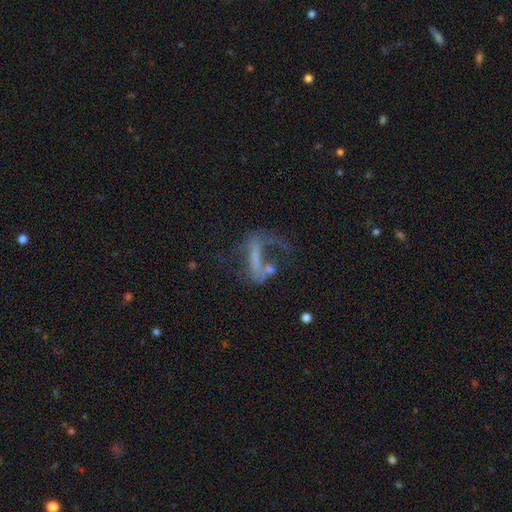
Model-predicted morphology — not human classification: smooth-or-featured: featured or disk: 59% | smooth: 24% | star or artifact: 17%
  disk-edge-on: no: 90% | yes: 10%
    bar: no: 49% | strong: 27% | weak: 24%
    has-spiral-arms: no: 56% | yes: 44%
    bulge-size: none: 63% | small: 22% | moderate: 11% | large: 3% | dominant: 2%
  merging: major disturbance: 46% | none: 28% | merger: 14% | minor disturbance: 12%